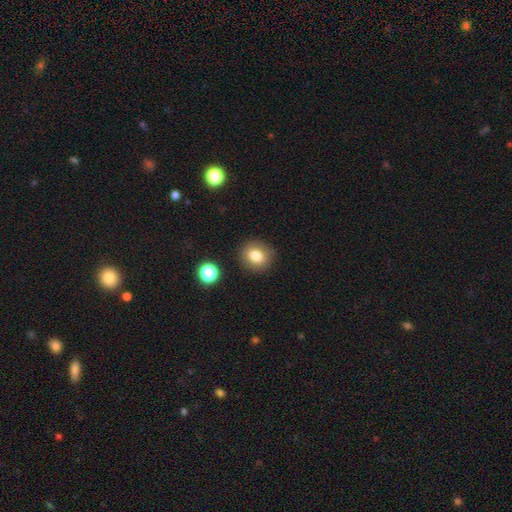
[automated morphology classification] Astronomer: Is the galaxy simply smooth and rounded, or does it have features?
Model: smooth — 80%.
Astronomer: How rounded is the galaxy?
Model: round — 81%.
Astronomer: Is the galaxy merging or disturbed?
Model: none — 87%.